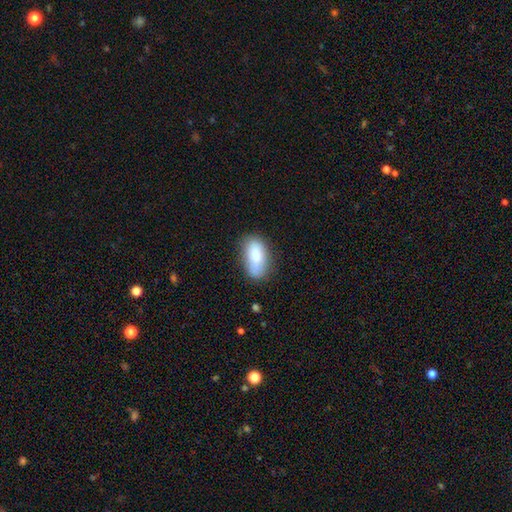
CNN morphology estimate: Smooth or featured? Predicted: smooth (p=0.81). How rounded? Predicted: in between (p=0.90). Merging? Predicted: none (p=0.70).